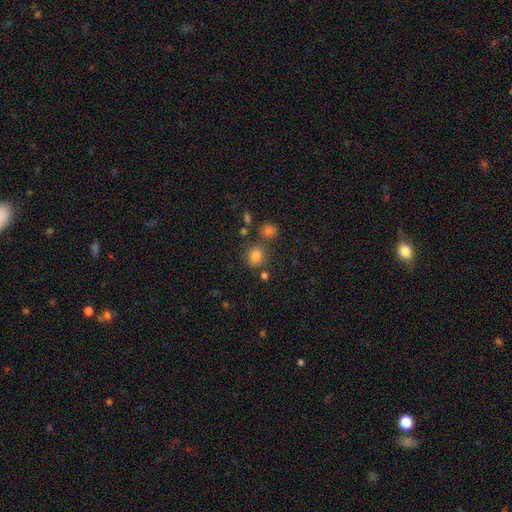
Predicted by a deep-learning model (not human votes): A smooth galaxy with no disk features (81%) that is round (72%).

Vote fractions:
- Smooth or featured? smooth: 81% / star or artifact: 13% / featured or disk: 6%
- How rounded? round: 72% / in between: 27% / cigar-shaped: 1%
- Merging? none: 72% / merger: 13% / minor disturbance: 11% / major disturbance: 4%